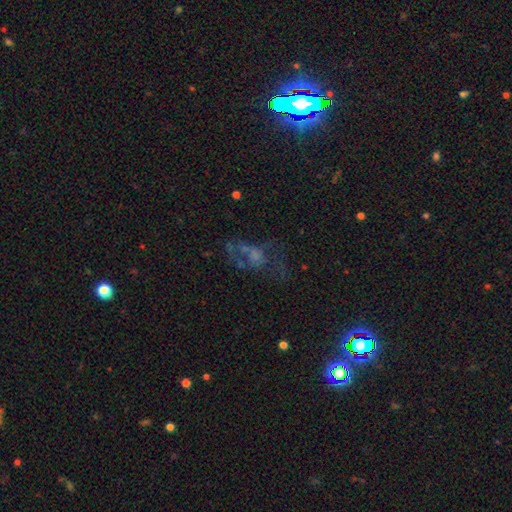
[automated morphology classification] Smooth or featured: featured or disk — 45% (smooth — 29%)
Merging: none — 38% (major disturbance — 36%)